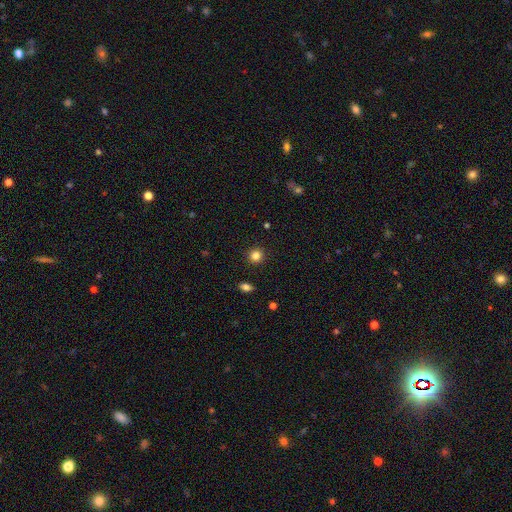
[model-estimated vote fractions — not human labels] Smooth or featured: smooth — 83% (star or artifact — 12%)
How rounded: round — 92% (in between — 7%)
Merging: none — 92% (minor disturbance — 5%)